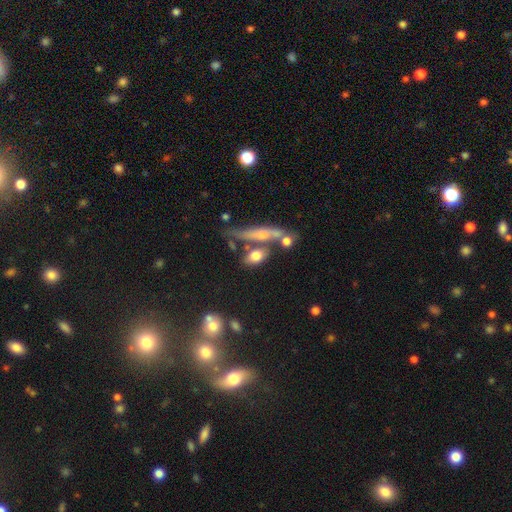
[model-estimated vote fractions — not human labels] smooth_or_featured: smooth (p=0.71) [alt: featured or disk p=0.20]
how_rounded: in between (p=0.68) [alt: cigar-shaped p=0.18]
merging: none (p=0.53) [alt: merger p=0.25]